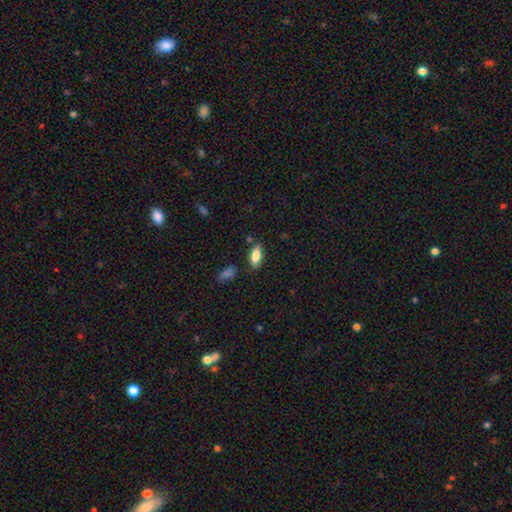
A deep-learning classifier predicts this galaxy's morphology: Smooth or featured? smooth (83%)
How rounded? in between (85%)
Merging? none (80%)